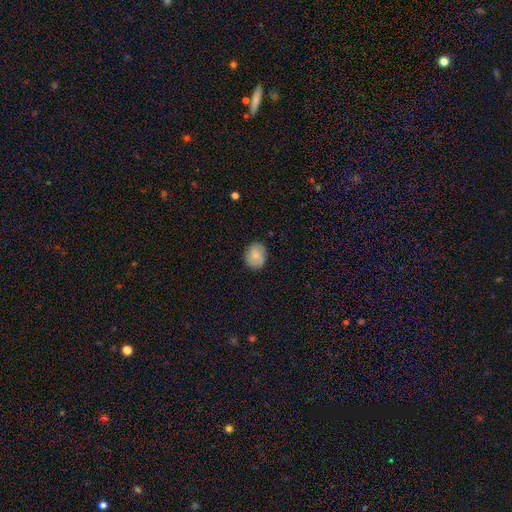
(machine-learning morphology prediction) smooth 77%, featured or disk 16%, star or artifact 7%. Down the decision tree: how rounded — round (59%); merging — none (83%).